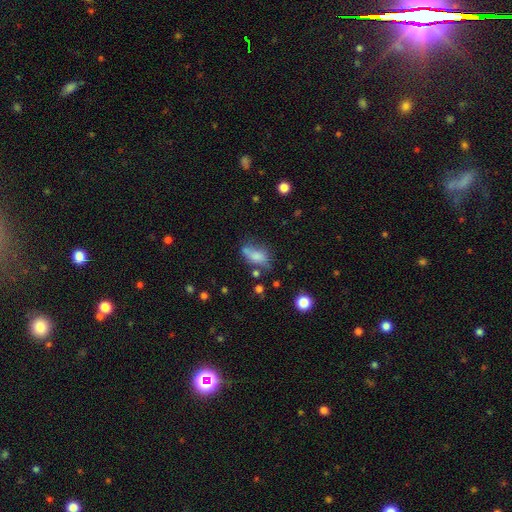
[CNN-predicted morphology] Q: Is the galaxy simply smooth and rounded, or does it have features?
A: smooth — 71%.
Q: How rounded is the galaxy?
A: in between — 83%.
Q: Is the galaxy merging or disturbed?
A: none — 39%.